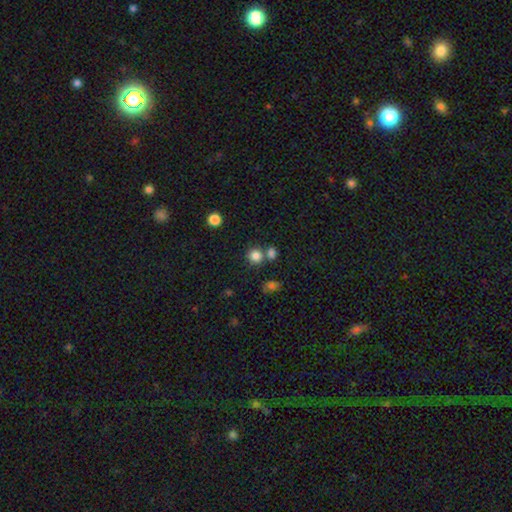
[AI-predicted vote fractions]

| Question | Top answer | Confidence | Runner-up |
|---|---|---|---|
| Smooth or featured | smooth | 82% | star or artifact (12%) |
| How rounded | round | 88% | in between (11%) |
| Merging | none | 66% | merger (23%) |